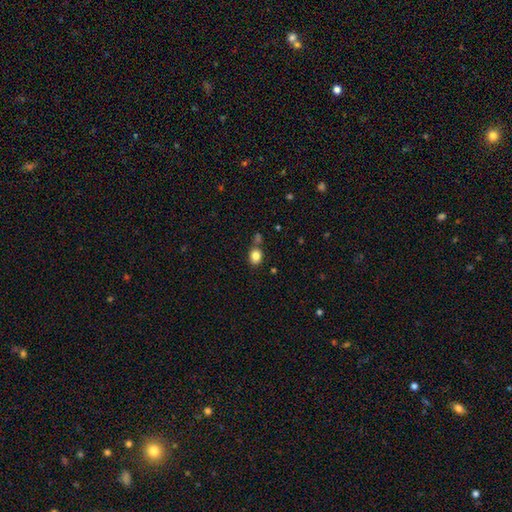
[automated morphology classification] Smooth or featured: smooth — 83% (star or artifact — 10%)
How rounded: in between — 51% (round — 47%)
Merging: none — 66% (merger — 16%)